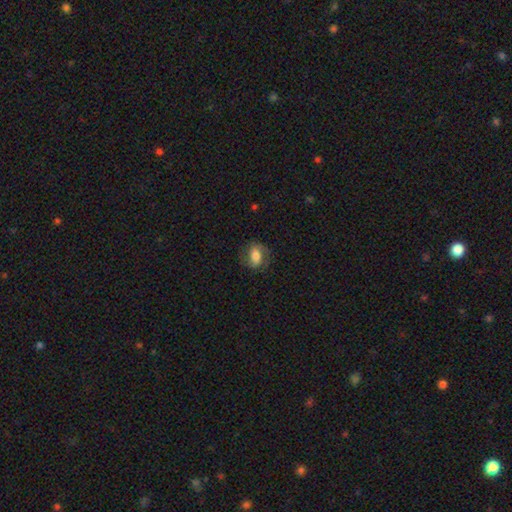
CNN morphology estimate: smooth-or-featured: smooth: 55% | featured or disk: 37% | star or artifact: 8%
  how-rounded: in between: 75% | round: 22% | cigar-shaped: 3%
  merging: none: 70% | minor disturbance: 18% | major disturbance: 11% | merger: 1%